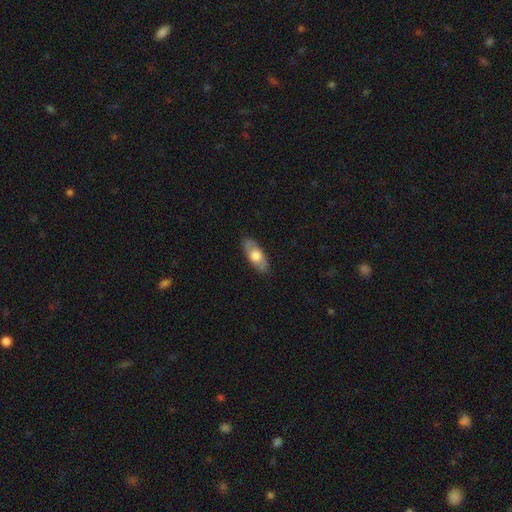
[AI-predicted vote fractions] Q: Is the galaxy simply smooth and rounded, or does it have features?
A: smooth — 62%.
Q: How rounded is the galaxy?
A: in between — 80%.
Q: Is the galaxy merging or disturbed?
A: none — 86%.